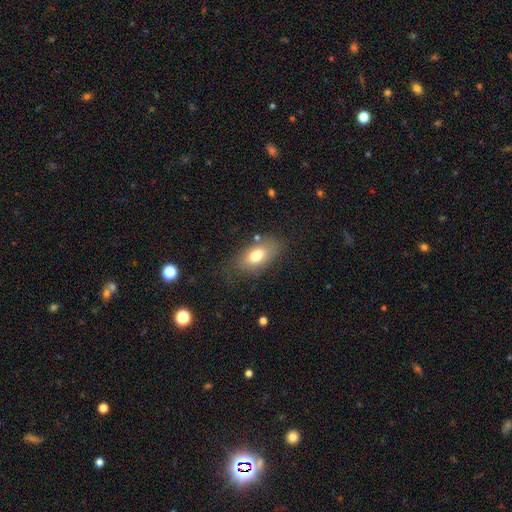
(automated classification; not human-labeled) smooth-or-featured: smooth: 74% | featured or disk: 18% | star or artifact: 8%
  how-rounded: in between: 90% | round: 6% | cigar-shaped: 4%
  merging: none: 70% | minor disturbance: 19% | major disturbance: 7% | merger: 3%